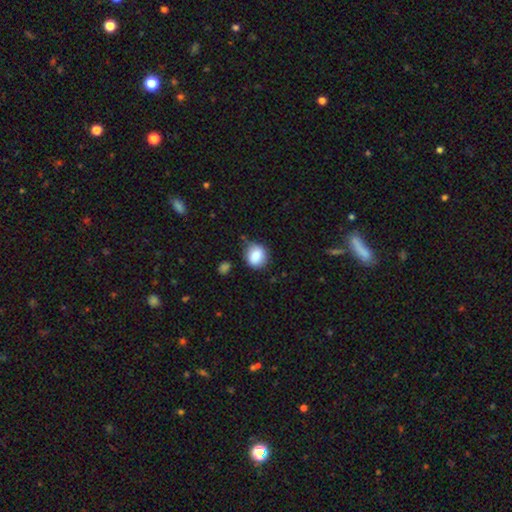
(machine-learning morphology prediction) The model was most divided on "merging": none: 74%, minor disturbance: 18%, major disturbance: 4%, merger: 3%. More confident: smooth or featured — smooth (85%); how rounded — round (80%).